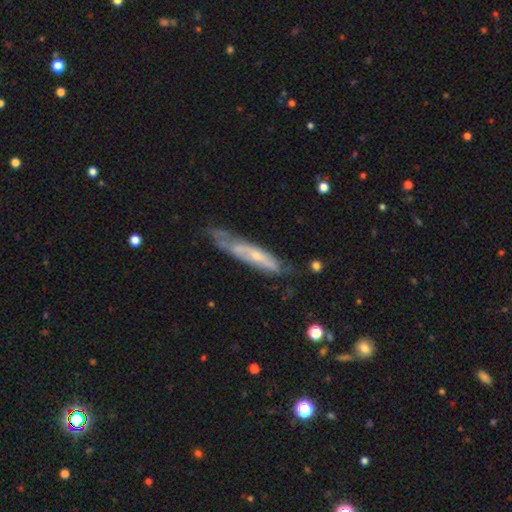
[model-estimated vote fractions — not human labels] smooth_or_featured: featured or disk (p=0.60) [alt: smooth p=0.33]
disk_edge_on: no (p=0.52) [alt: yes p=0.48]
merging: none (p=0.48) [alt: minor disturbance p=0.32]